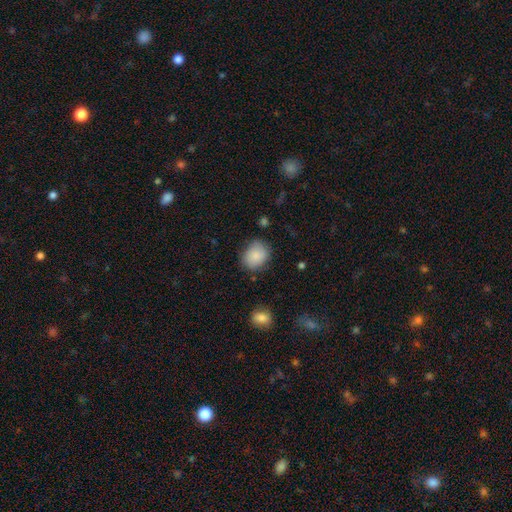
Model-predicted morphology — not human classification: smooth 86%, star or artifact 8%, featured or disk 6%. Down the decision tree: how rounded — round (53%); merging — none (76%).